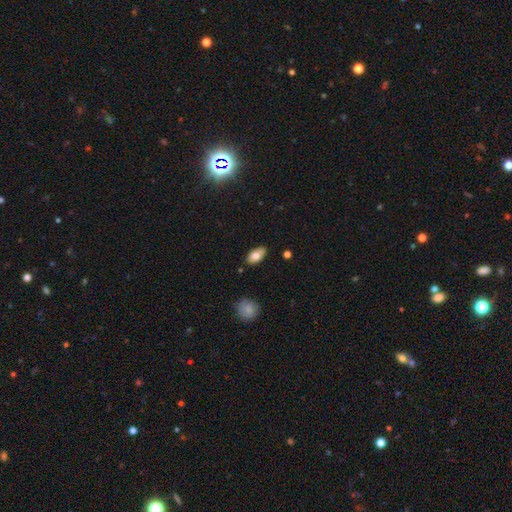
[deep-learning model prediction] The model was most divided on "smooth or featured": smooth: 78%, featured or disk: 15%, star or artifact: 7%. More confident: how rounded — in between (92%); merging — none (84%).